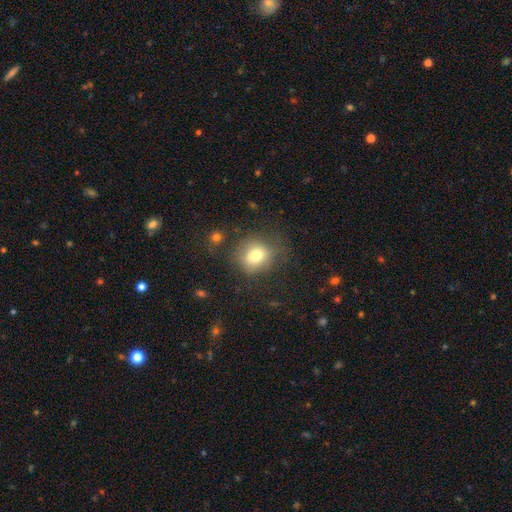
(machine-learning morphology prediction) This appears to be a smooth galaxy with no disk features (77%) that is round (78%). Merging: none (70%).